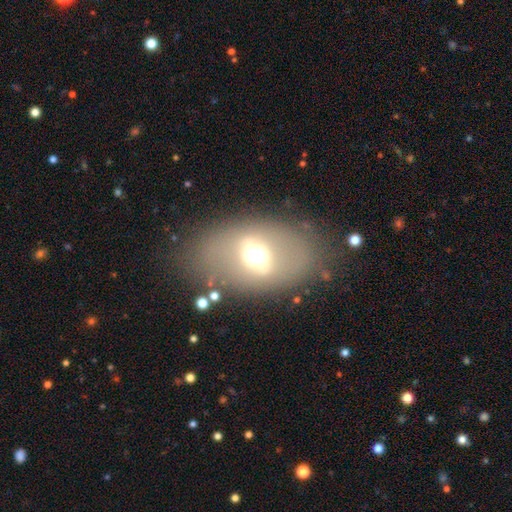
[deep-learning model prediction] Q: Smooth or featured?
A: smooth (51%); runner-up: featured or disk (33%)
Q: How rounded?
A: in between (77%); runner-up: round (21%)
Q: Merging?
A: none (72%); runner-up: minor disturbance (14%)